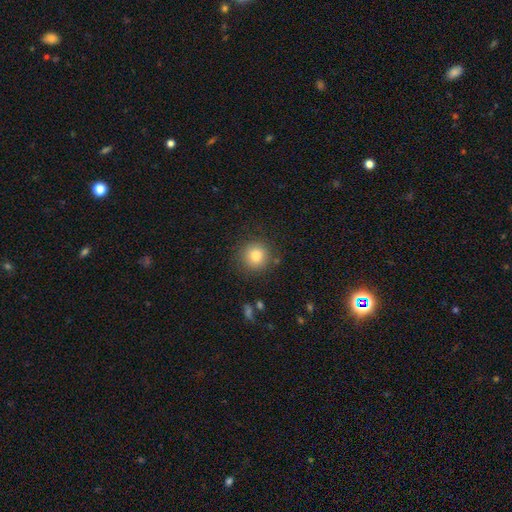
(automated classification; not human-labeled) This is clearly a smooth galaxy (82%). How rounded: clearly round (93%). Merging: clearly none (85%).